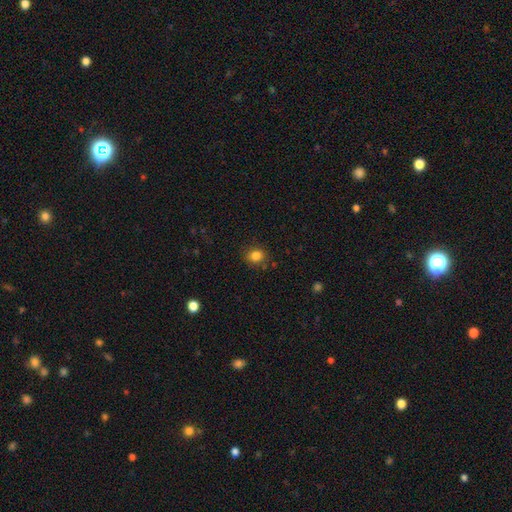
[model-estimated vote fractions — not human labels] Overall: smooth (83%). How rounded: round (62%; in between 37%). Merging: none (83%).